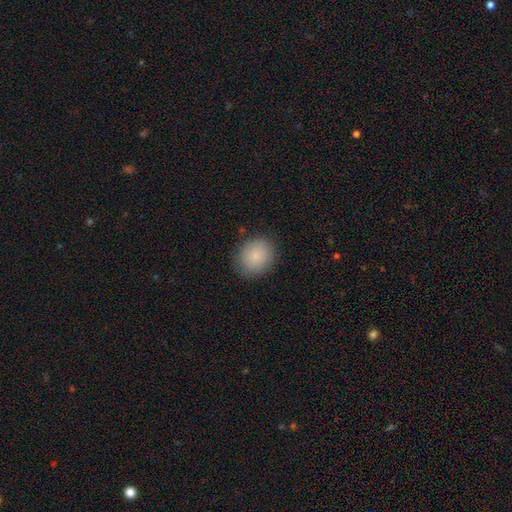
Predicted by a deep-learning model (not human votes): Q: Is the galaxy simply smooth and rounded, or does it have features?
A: smooth — 86%.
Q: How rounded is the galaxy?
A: round — 70%.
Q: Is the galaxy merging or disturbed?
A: none — 85%.